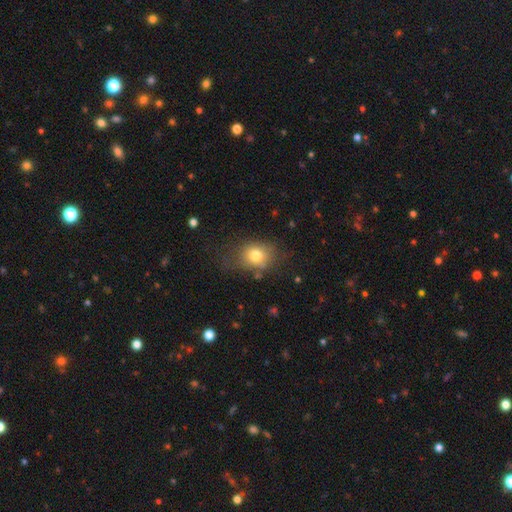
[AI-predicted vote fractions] A smooth galaxy with no disk features (76%) that is round (54%). Merging: none (64%).